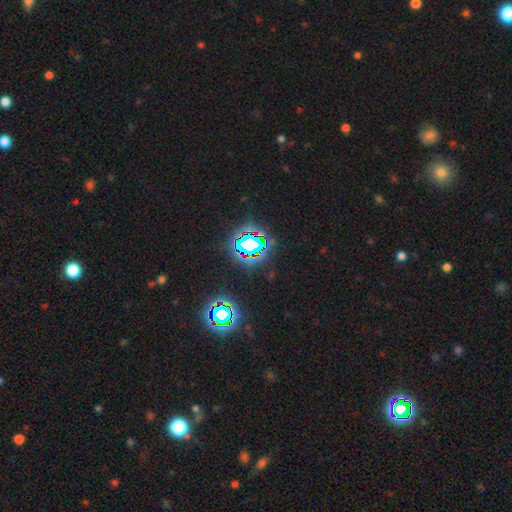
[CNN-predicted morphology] Smooth or featured? Predicted: star or artifact (p=0.80).